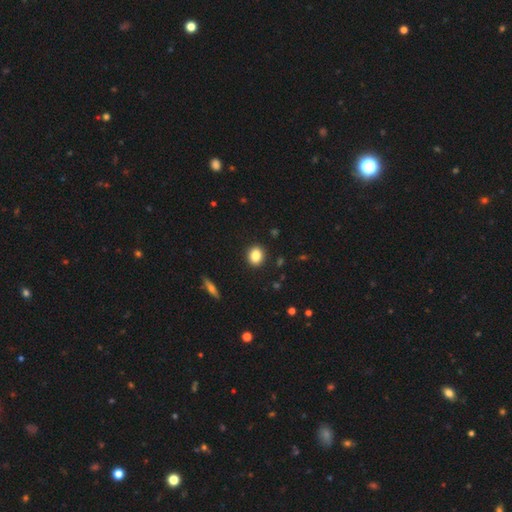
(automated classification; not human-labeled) Morphology: type=smooth (84%); roundness=round (61%); merging=none (91%).